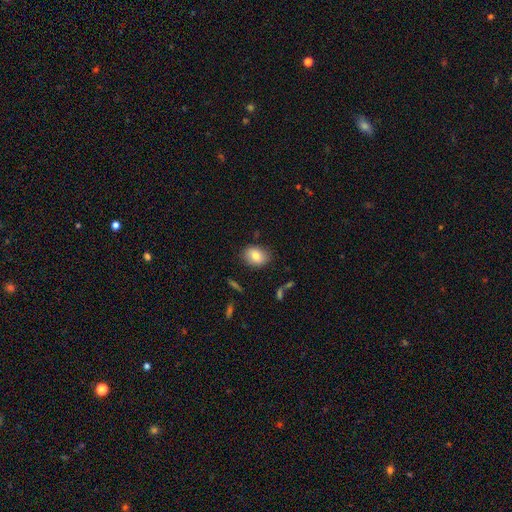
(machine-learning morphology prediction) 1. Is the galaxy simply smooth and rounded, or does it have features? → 80% smooth, 12% featured or disk, 9% star or artifact.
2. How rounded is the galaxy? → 68% in between, 30% round, 1% cigar-shaped.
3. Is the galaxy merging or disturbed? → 83% none, 12% minor disturbance, 3% major disturbance, 2% merger.